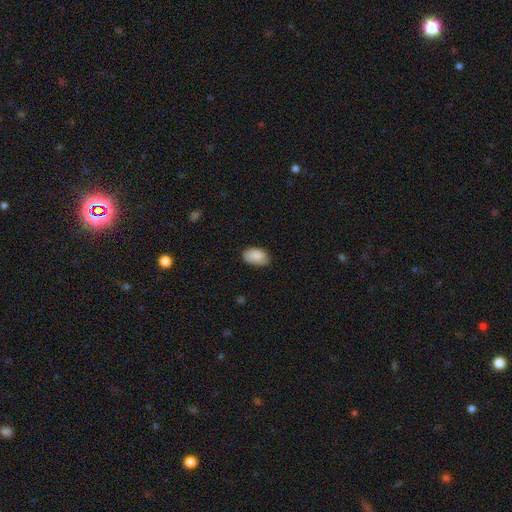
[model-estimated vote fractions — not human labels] smooth_or_featured: smooth (p=0.89) [alt: star or artifact p=0.07]
how_rounded: in between (p=0.92) [alt: round p=0.07]
merging: none (p=0.77) [alt: minor disturbance p=0.19]